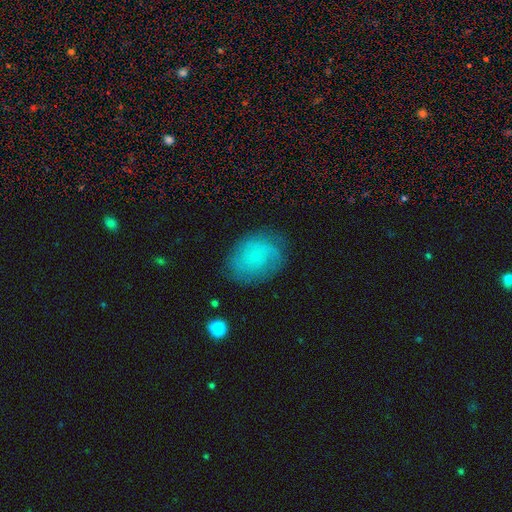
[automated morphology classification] Smooth or featured?
  - smooth: 48% *
  - featured or disk: 42%
  - star or artifact: 9%
Merging?
  - none: 72% *
  - minor disturbance: 19%
  - major disturbance: 7%
  - merger: 1%